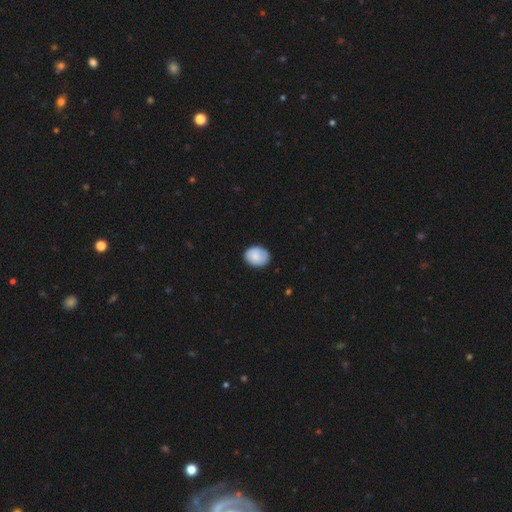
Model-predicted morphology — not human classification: Overall: smooth (83%). How rounded: in between (55%; round 44%). Merging: none (80%).